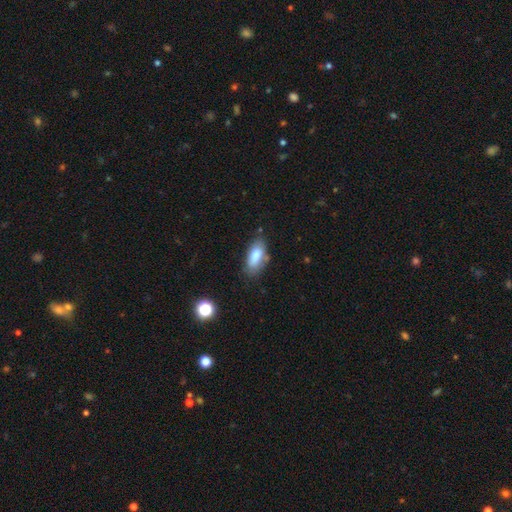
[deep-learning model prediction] Smooth or featured?
  - smooth: 80% *
  - featured or disk: 12%
  - star or artifact: 7%
How rounded?
  - in between: 86% *
  - cigar-shaped: 12%
  - round: 3%
Merging?
  - none: 66% *
  - minor disturbance: 23%
  - major disturbance: 6%
  - merger: 5%